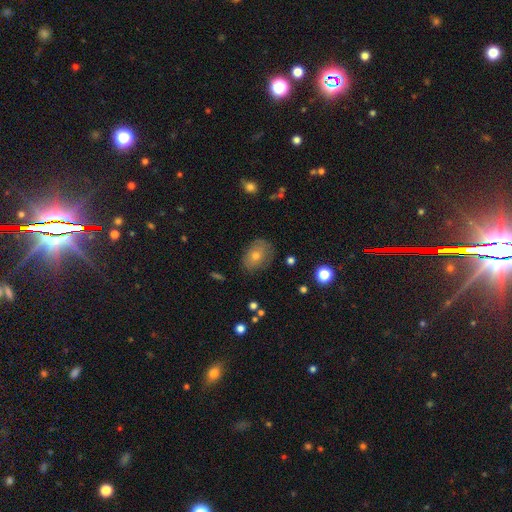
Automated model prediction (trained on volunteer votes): Smooth or featured? smooth (56%)
How rounded? in between (71%)
Merging? none (77%)